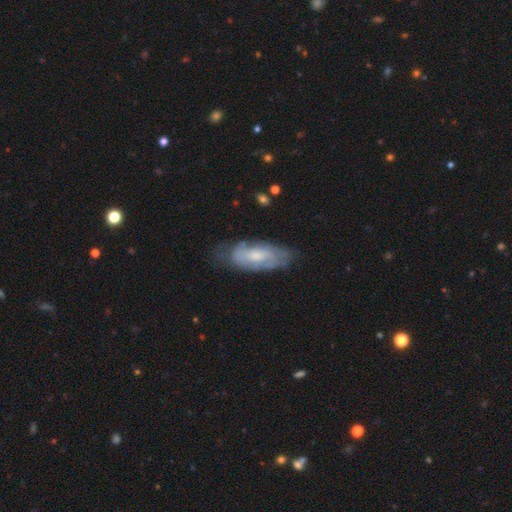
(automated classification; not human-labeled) This is possibly a featured or disk galaxy (56%). It is clearly not viewed edge-on (86%). Merging: likely none (67%).